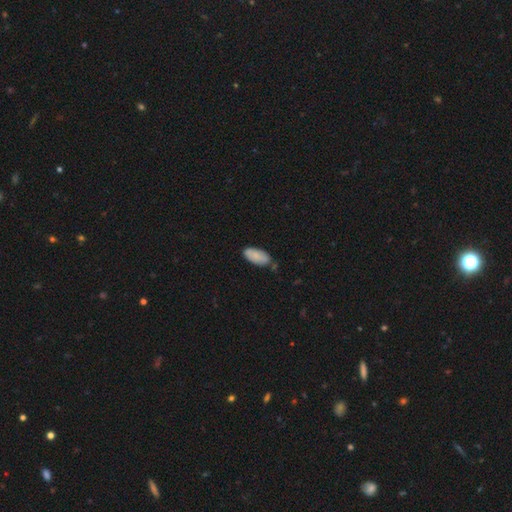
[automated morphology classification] Overall: smooth (82%). How rounded: in between (91%). Merging: none (70%).